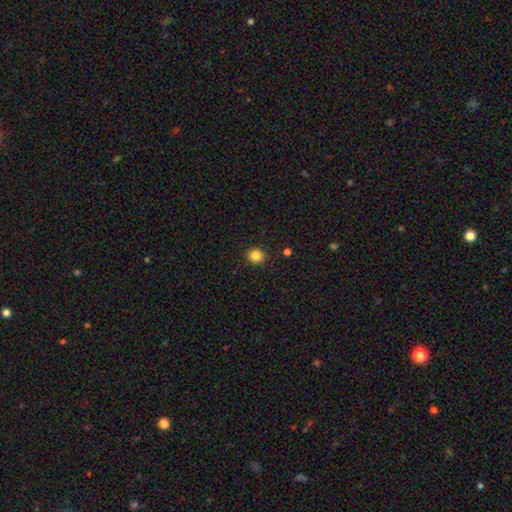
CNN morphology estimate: smooth_or_featured: smooth (p=0.85) [alt: star or artifact p=0.12]
how_rounded: round (p=0.85) [alt: in between p=0.14]
merging: none (p=0.90) [alt: minor disturbance p=0.06]